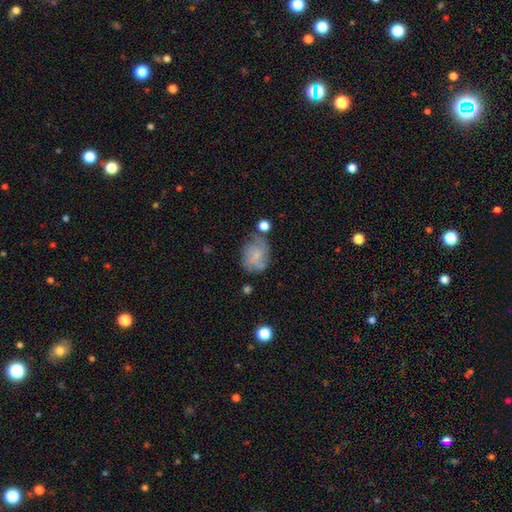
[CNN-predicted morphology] Smooth or featured? featured or disk (47%)
Merging? none (52%)